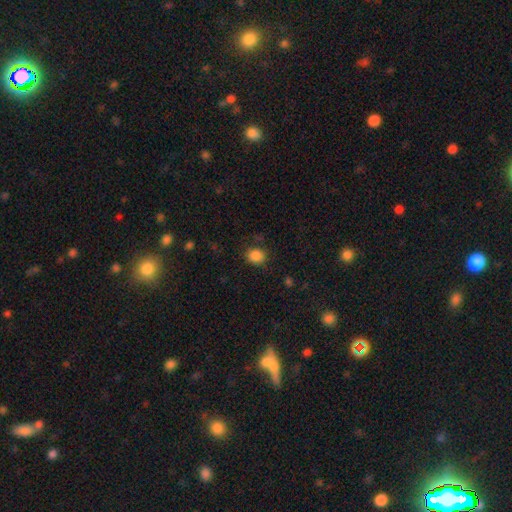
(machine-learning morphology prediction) Overall: smooth (85%). How rounded: round (74%). Merging: none (84%).